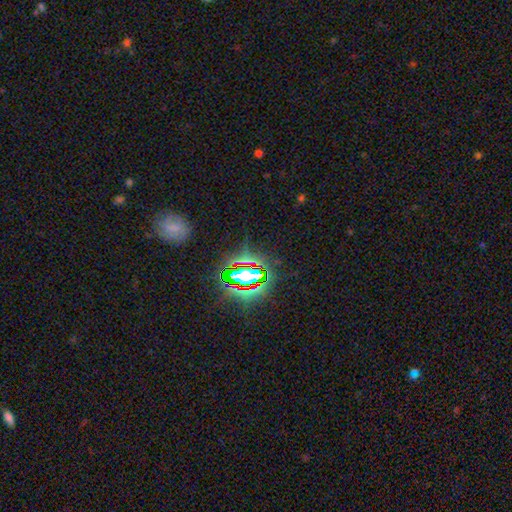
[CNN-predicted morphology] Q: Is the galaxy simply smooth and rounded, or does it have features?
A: star or artifact — 77%.